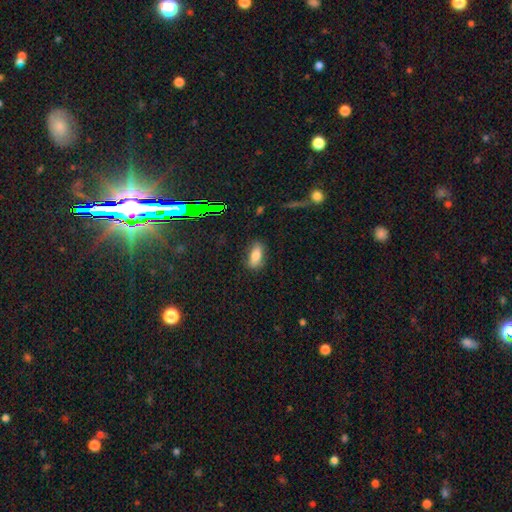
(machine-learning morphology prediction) This appears to be a smooth galaxy with no disk features (77%) that is in between round and cigar-shaped (83%). Merging: none (80%).